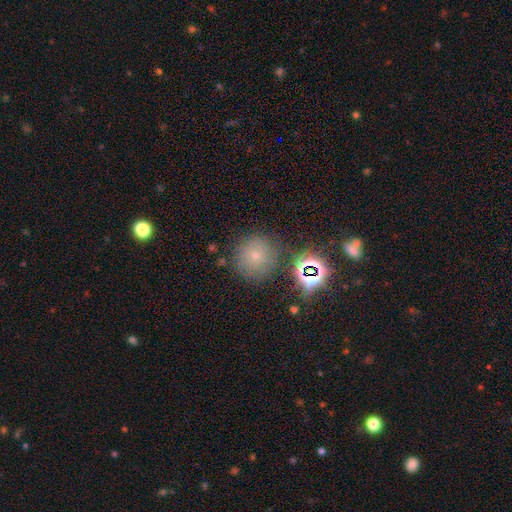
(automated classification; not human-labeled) Overall: smooth (62%; star or artifact 25%). How rounded: round (92%). Merging: none (78%).